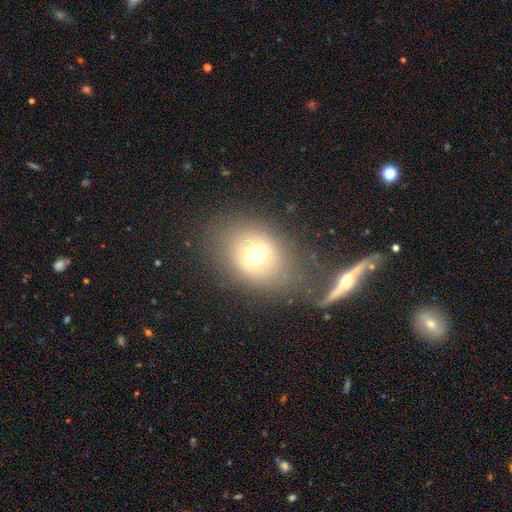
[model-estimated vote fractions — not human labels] This is possibly a smooth galaxy (54%). How rounded: possibly in between (54%). Merging: possibly none (56%).